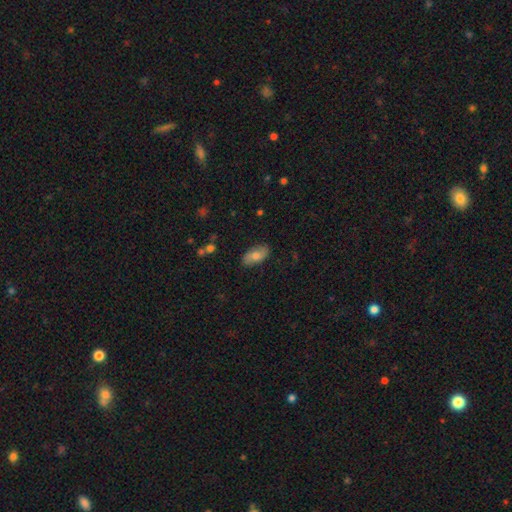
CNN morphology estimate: Smooth or featured? smooth (60%)
How rounded? in between (91%)
Merging? none (83%)